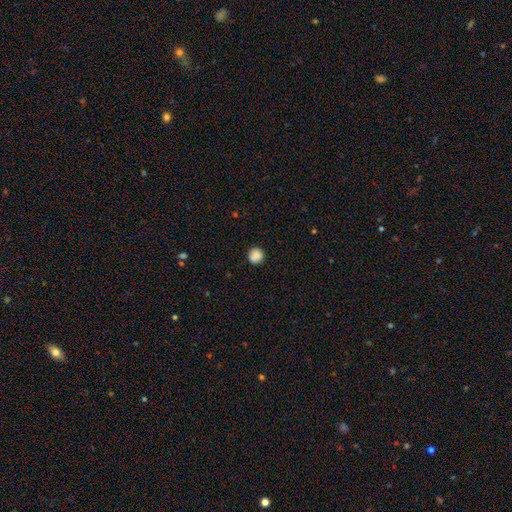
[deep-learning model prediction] This is clearly a smooth galaxy (86%). How rounded: clearly round (92%). Merging: clearly none (86%).